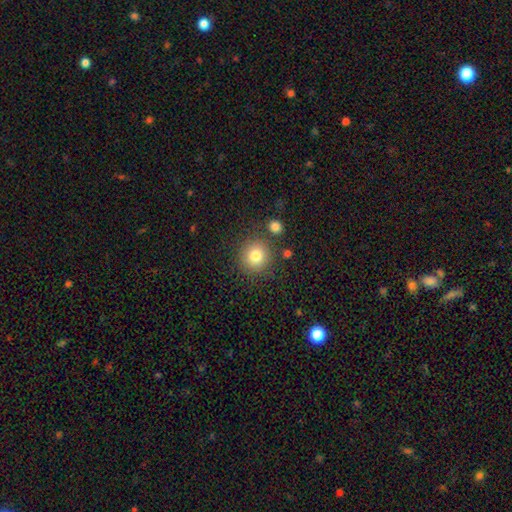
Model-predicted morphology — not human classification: Smooth or featured? Predicted: smooth (p=0.81). How rounded? Predicted: round (p=0.91). Merging? Predicted: none (p=0.83).